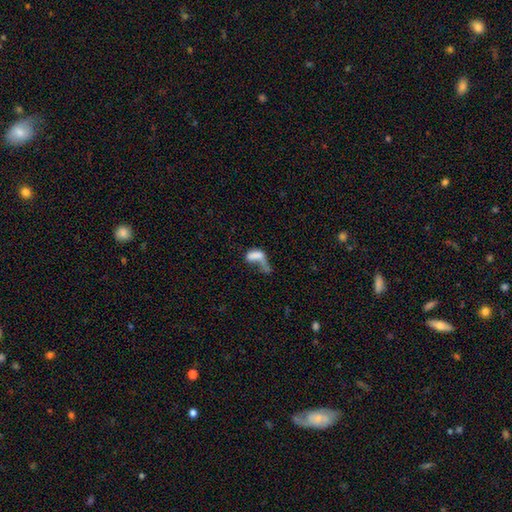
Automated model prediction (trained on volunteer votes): smooth 62%, featured or disk 26%, star or artifact 12%. Down the decision tree: how rounded — in between (81%); merging — major disturbance (44%).